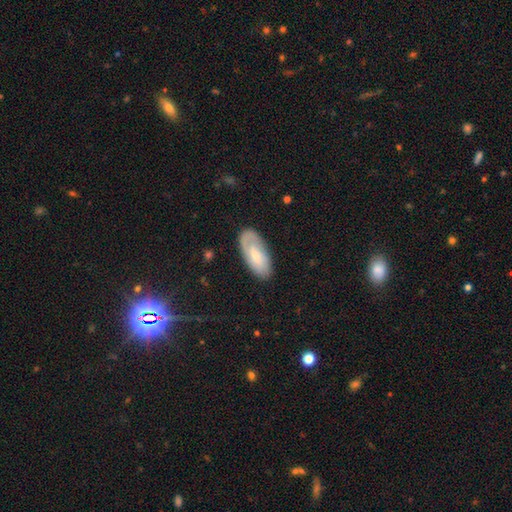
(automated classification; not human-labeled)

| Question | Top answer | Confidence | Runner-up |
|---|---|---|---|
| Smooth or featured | smooth | 55% | featured or disk (38%) |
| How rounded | in between | 88% | cigar-shaped (10%) |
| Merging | none | 78% | minor disturbance (16%) |